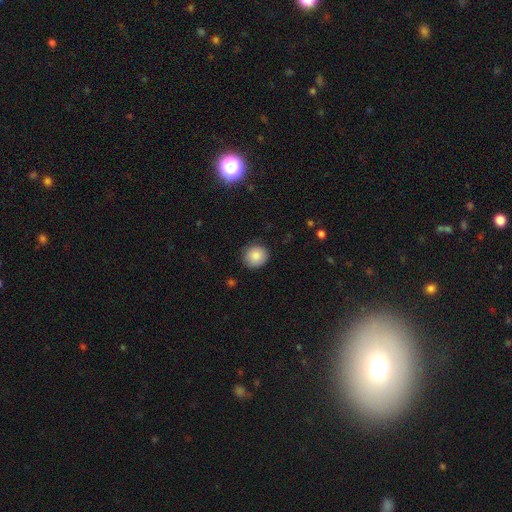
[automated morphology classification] Overall: smooth (86%). How rounded: round (89%). Merging: none (87%).